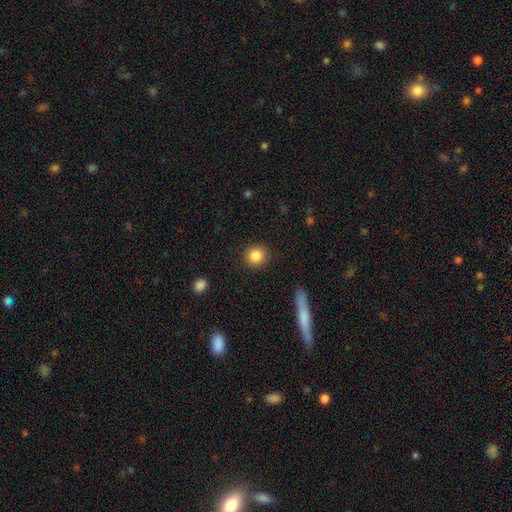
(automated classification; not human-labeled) Morphology: type=smooth (86%); roundness=round (89%); merging=none (91%).